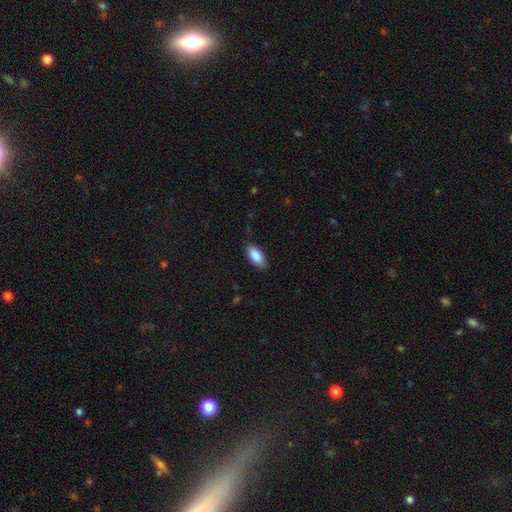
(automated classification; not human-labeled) Smooth or featured: smooth — 87% (featured or disk — 7%)
How rounded: in between — 89% (cigar-shaped — 8%)
Merging: none — 82% (minor disturbance — 15%)